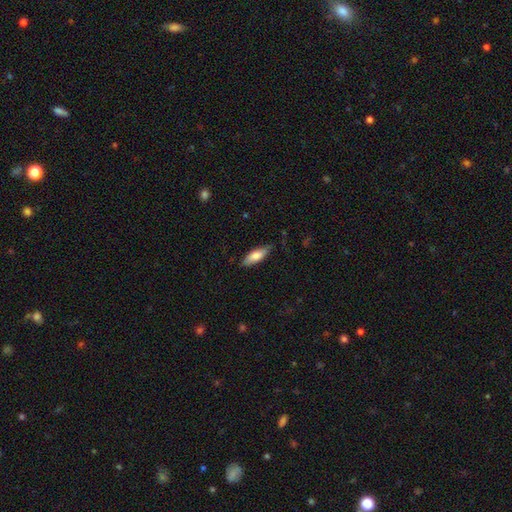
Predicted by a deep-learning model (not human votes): A smooth galaxy with no disk features (75%) that is in between round and cigar-shaped (65%).

Vote fractions:
- Smooth or featured? smooth: 75% / featured or disk: 19% / star or artifact: 6%
- How rounded? in between: 65% / cigar-shaped: 33% / round: 2%
- Merging? none: 75% / minor disturbance: 20% / major disturbance: 3% / merger: 1%